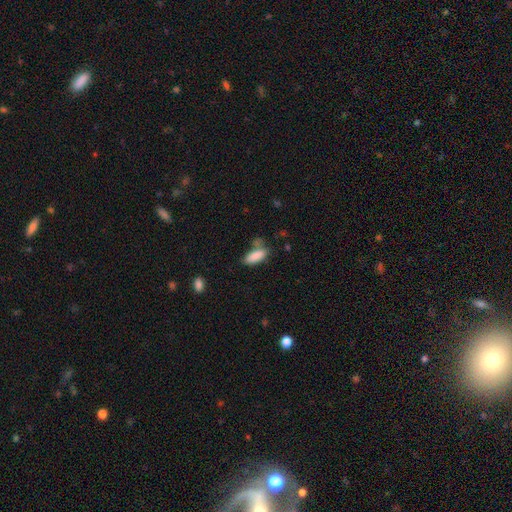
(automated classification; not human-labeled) Q: Smooth or featured?
A: smooth (87%); runner-up: star or artifact (7%)
Q: How rounded?
A: in between (77%); runner-up: cigar-shaped (21%)
Q: Merging?
A: none (56%); runner-up: minor disturbance (22%)